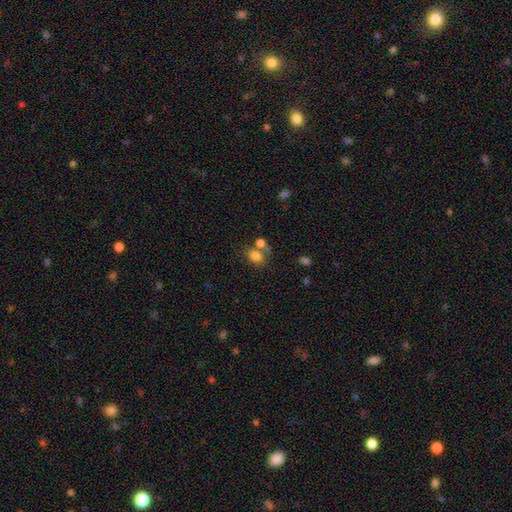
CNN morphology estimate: smooth_or_featured: smooth (p=0.79) [alt: star or artifact p=0.11]
how_rounded: in between (p=0.55) [alt: round p=0.44]
merging: none (p=0.48) [alt: merger p=0.33]